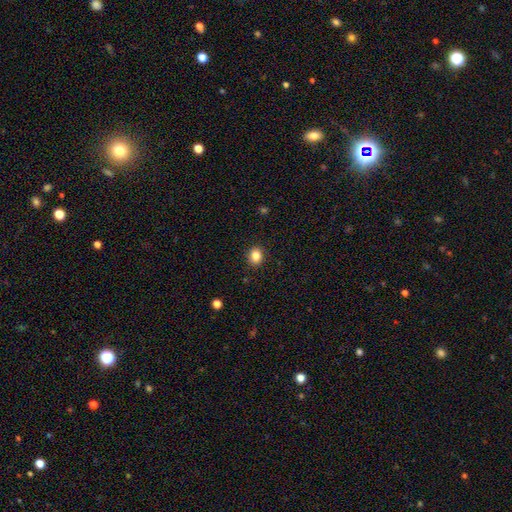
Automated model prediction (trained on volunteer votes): smooth_or_featured: smooth (p=0.84) [alt: star or artifact p=0.10]
how_rounded: round (p=0.60) [alt: in between p=0.39]
merging: none (p=0.90) [alt: minor disturbance p=0.07]